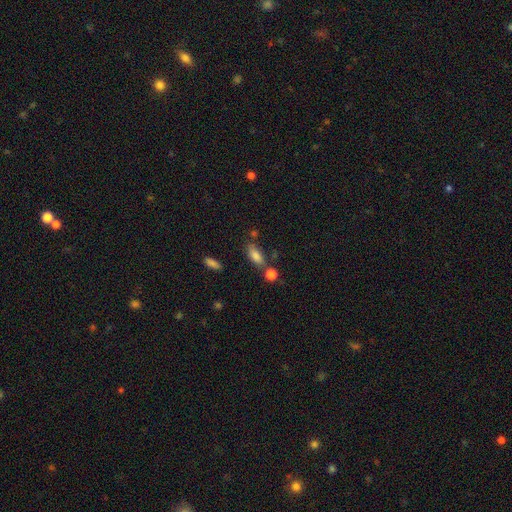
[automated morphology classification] Smooth or featured? Predicted: smooth (p=0.83). How rounded? Predicted: in between (p=0.76). Merging? Predicted: none (p=0.64).